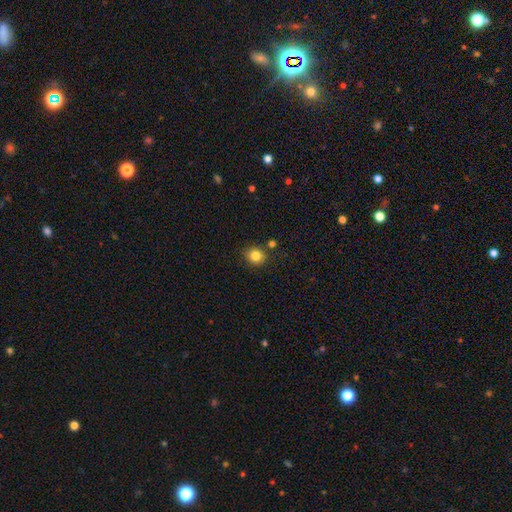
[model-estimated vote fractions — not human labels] smooth_or_featured: smooth (p=0.83) [alt: star or artifact p=0.11]
how_rounded: round (p=0.85) [alt: in between p=0.14]
merging: none (p=0.83) [alt: minor disturbance p=0.09]